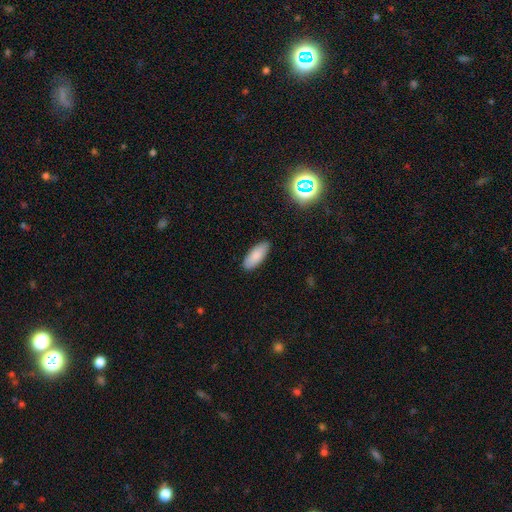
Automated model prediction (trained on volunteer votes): A smooth galaxy with no disk features (86%) that is in between round and cigar-shaped (80%).

Vote fractions:
- Smooth or featured? smooth: 86% / star or artifact: 7% / featured or disk: 7%
- How rounded? in between: 80% / cigar-shaped: 18% / round: 2%
- Merging? none: 88% / minor disturbance: 9% / major disturbance: 2% / merger: 1%